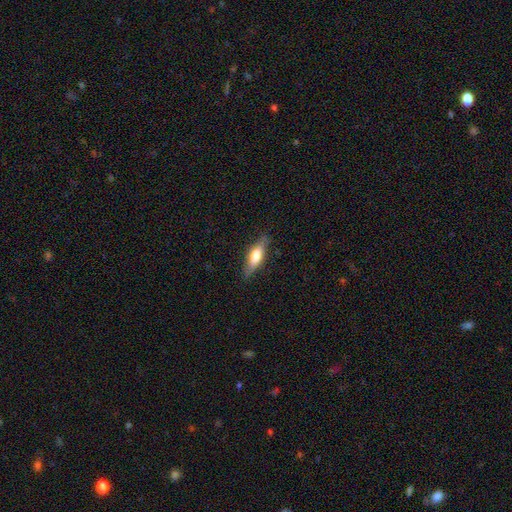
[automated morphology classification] A smooth galaxy with no disk features (58%) that is in between round and cigar-shaped (49%, tied with cigar-shaped). Merging: none (81%).